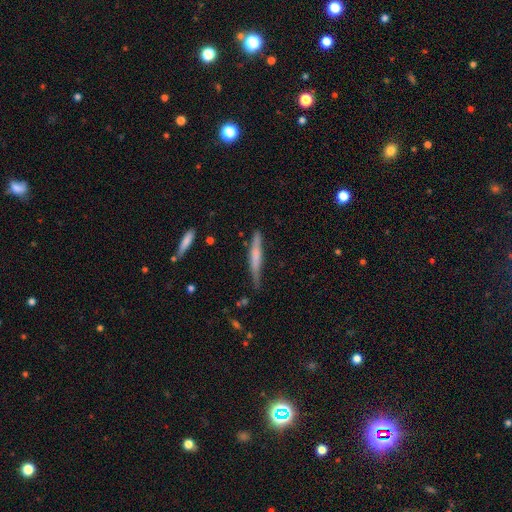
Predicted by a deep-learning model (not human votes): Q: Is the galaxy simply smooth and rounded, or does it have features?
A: smooth — 50%.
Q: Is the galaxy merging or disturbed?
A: none — 71%.